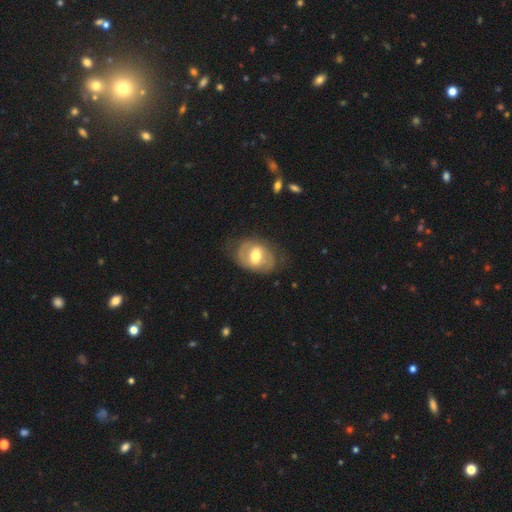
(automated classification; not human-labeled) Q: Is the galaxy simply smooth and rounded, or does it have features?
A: featured or disk — 62%.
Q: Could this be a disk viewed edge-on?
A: no — 95%.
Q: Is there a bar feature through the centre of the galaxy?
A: weak — 48%.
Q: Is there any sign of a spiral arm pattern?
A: yes — 67%.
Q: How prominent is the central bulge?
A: moderate — 67%.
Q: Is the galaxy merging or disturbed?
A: none — 66%.